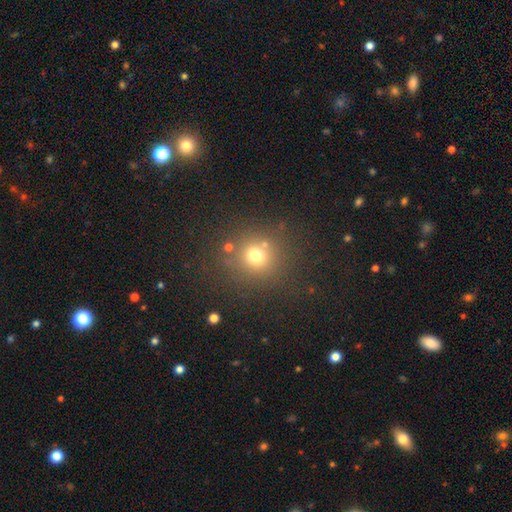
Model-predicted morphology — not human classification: Smooth or featured? smooth (69%)
How rounded? round (86%)
Merging? none (76%)